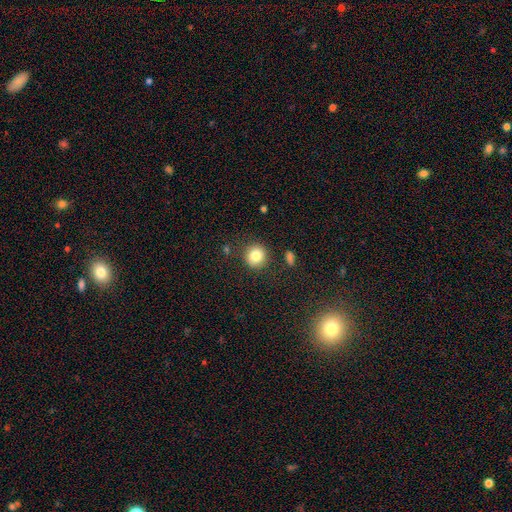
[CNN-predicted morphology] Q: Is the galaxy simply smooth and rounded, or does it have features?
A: smooth — 83%.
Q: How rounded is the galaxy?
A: round — 90%.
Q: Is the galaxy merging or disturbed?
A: none — 86%.